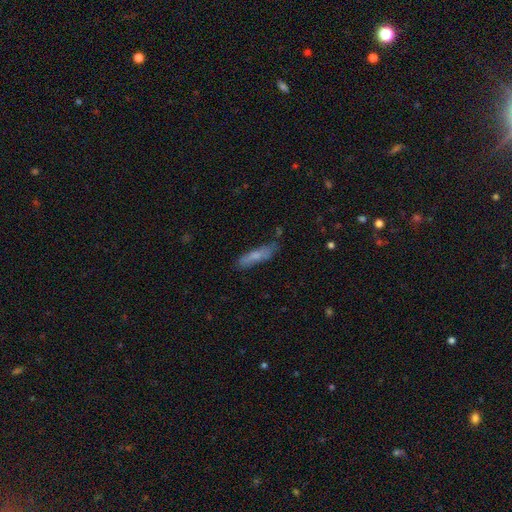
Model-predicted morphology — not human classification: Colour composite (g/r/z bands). It shows a smooth galaxy with no disk features (68%) that is cigar-shaped (76%). Merging: none (70%).